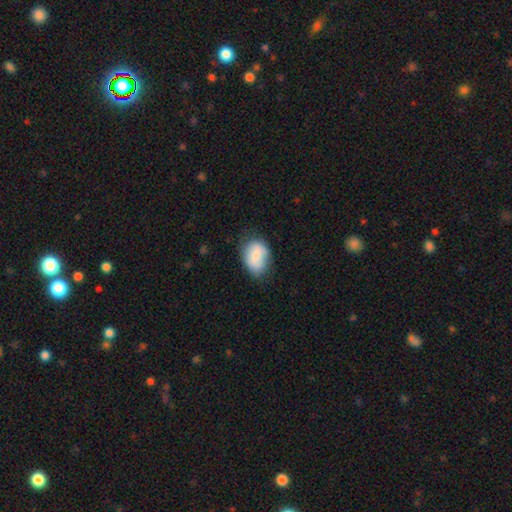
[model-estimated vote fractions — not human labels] Q: Smooth or featured?
A: smooth (77%); runner-up: featured or disk (16%)
Q: How rounded?
A: in between (77%); runner-up: round (22%)
Q: Merging?
A: none (64%); runner-up: minor disturbance (27%)